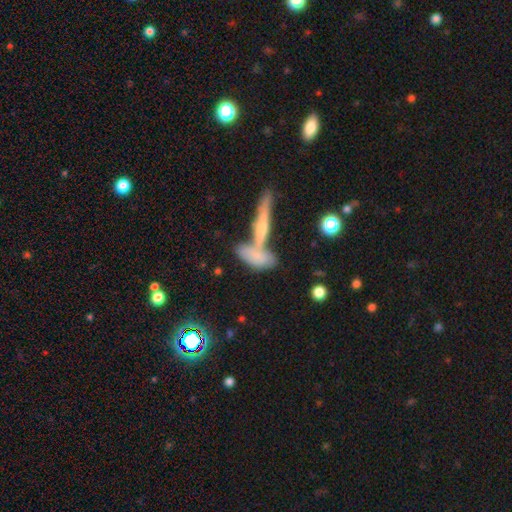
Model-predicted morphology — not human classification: Q: Smooth or featured?
A: smooth (59%); runner-up: featured or disk (32%)
Q: How rounded?
A: cigar-shaped (48%); runner-up: in between (47%)
Q: Merging?
A: merger (44%); runner-up: none (41%)